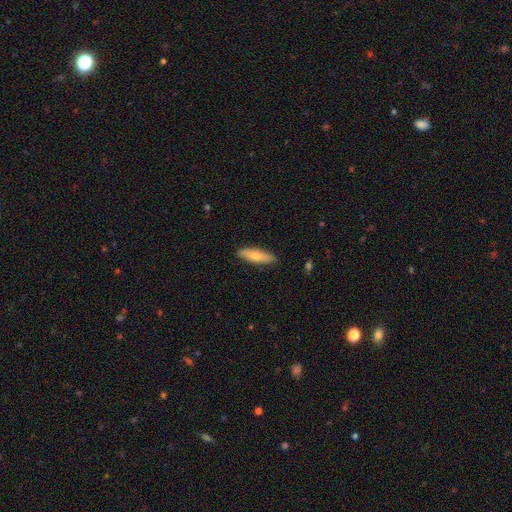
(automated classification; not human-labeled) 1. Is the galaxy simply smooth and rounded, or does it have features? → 75% smooth, 20% featured or disk, 5% star or artifact.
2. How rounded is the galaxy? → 60% cigar-shaped, 38% in between, 2% round.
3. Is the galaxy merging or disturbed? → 87% none, 10% minor disturbance, 2% major disturbance, 1% merger.